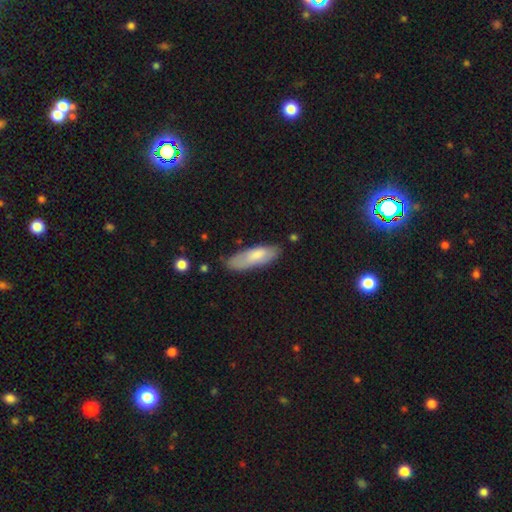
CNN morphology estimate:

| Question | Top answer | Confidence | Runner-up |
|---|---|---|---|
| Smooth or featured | smooth | 75% | featured or disk (19%) |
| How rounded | in between | 55% | cigar-shaped (43%) |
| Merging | none | 70% | minor disturbance (22%) |